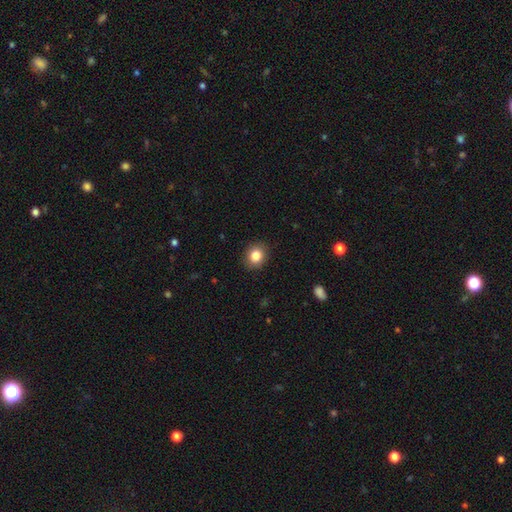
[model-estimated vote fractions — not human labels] This is clearly a smooth galaxy (85%). How rounded: likely round (71%). Merging: clearly none (89%).